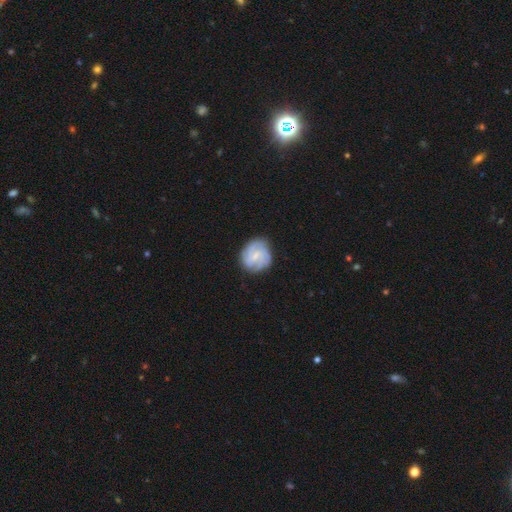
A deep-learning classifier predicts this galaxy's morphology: The model was most divided on "bar": weak: 49%, no: 41%, strong: 10%. Remaining: edge-on disk — no (98%); spiral arms — yes (94%); merging — none (78%); smooth or featured — featured or disk (72%); spiral winding — tight (60%); bulge size — small (60%); spiral arm count — 3 (35%).